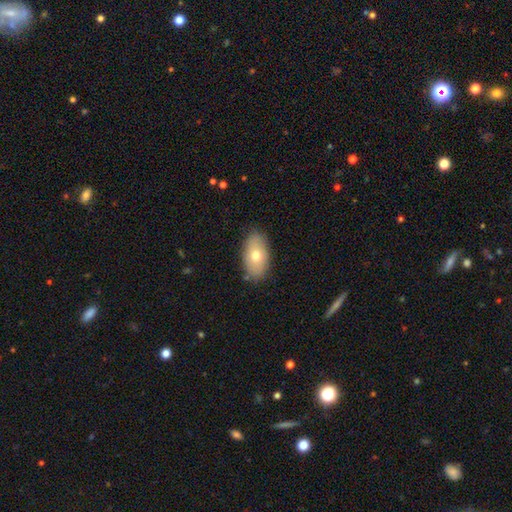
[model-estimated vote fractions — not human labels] Smooth or featured: smooth — 69% (featured or disk — 24%)
How rounded: in between — 92% (round — 6%)
Merging: none — 83% (minor disturbance — 12%)